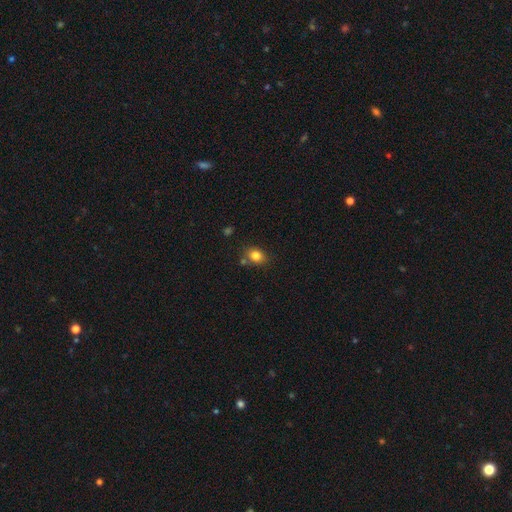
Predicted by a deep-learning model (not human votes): Smooth or featured? Predicted: smooth (p=0.83). How rounded? Predicted: round (p=0.53). Merging? Predicted: none (p=0.72).